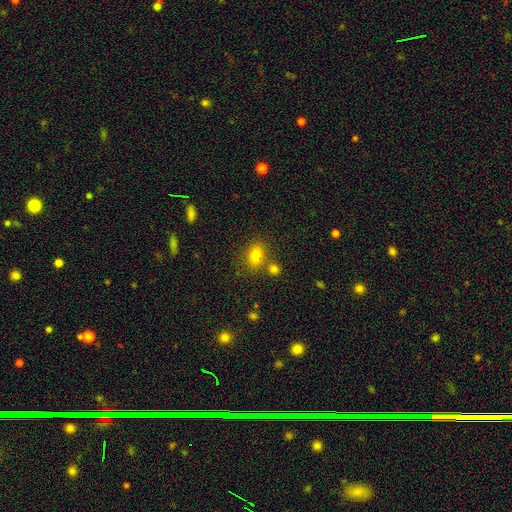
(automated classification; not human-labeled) Smooth or featured? Predicted: smooth (p=0.79). How rounded? Predicted: in between (p=0.71). Merging? Predicted: none (p=0.68).